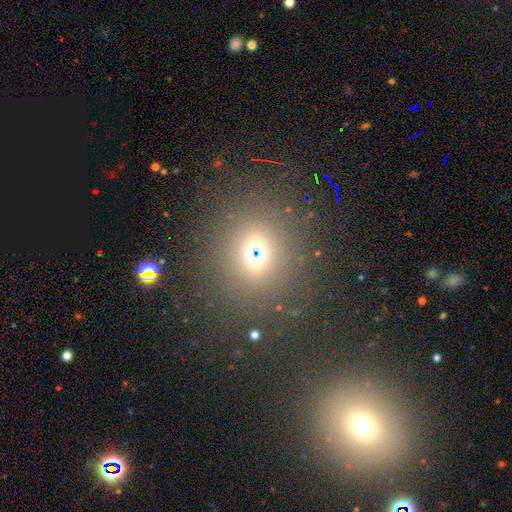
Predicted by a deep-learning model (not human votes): Morphology: type=smooth (50%); roundness=round (72%); merging=none (79%).